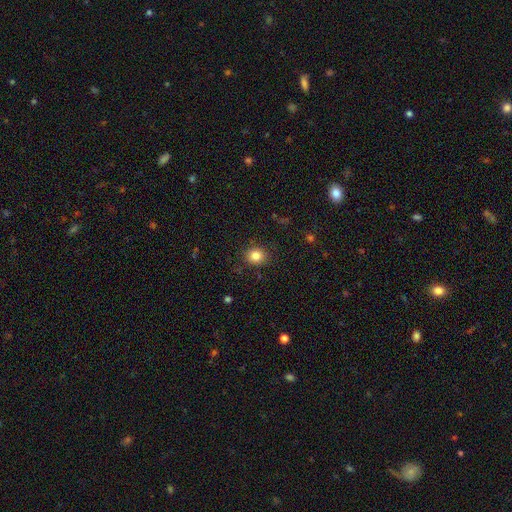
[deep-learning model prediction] Smooth or featured: smooth — 83% (star or artifact — 11%)
How rounded: round — 76% (in between — 24%)
Merging: none — 88% (minor disturbance — 8%)